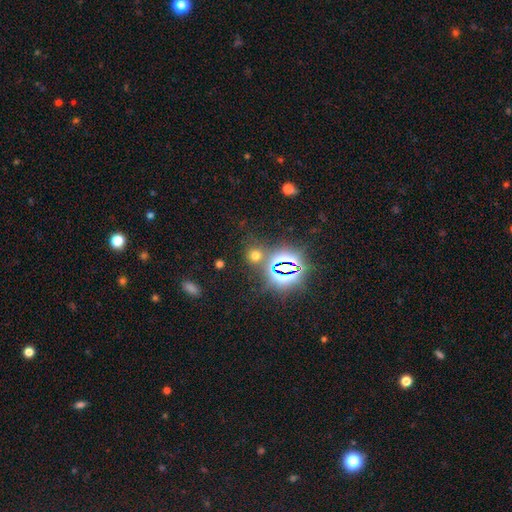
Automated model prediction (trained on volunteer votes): Overall: smooth (52%; star or artifact 42%). How rounded: round (84%). Merging: none (77%).